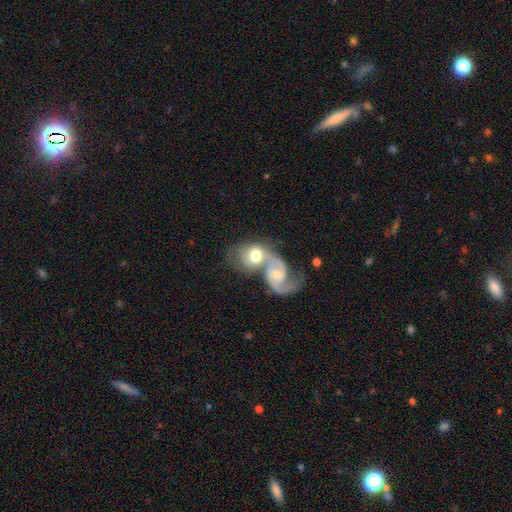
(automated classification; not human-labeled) smooth_or_featured: featured or disk (p=0.61) [alt: smooth p=0.33]
disk_edge_on: no (p=0.96) [alt: yes p=0.04]
bar: no (p=0.54) [alt: weak p=0.36]
has_spiral_arms: yes (p=0.84) [alt: no p=0.16]
bulge_size: moderate (p=0.56) [alt: small p=0.25]
merging: merger (p=0.77) [alt: none p=0.12]